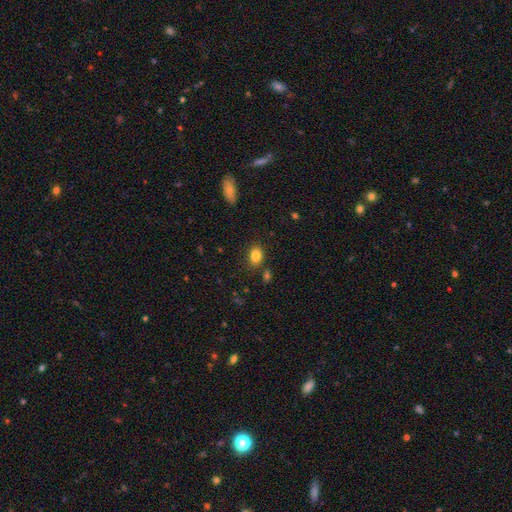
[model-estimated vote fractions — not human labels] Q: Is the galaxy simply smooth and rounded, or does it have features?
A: smooth — 84%.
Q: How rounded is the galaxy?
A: in between — 70%.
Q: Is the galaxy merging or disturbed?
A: none — 81%.